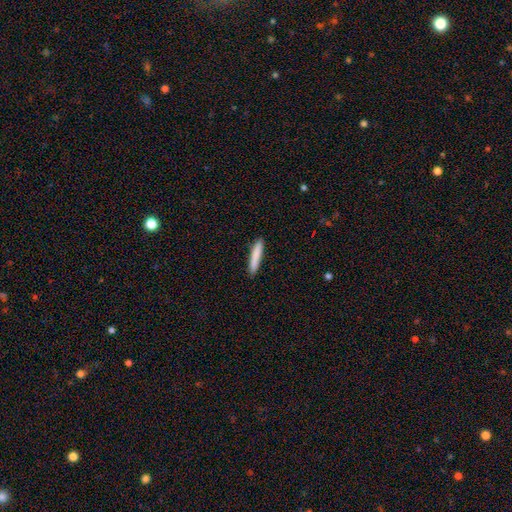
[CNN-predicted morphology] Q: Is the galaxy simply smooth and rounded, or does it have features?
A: smooth — 83%.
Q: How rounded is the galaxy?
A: cigar-shaped — 93%.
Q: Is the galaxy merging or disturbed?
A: none — 89%.